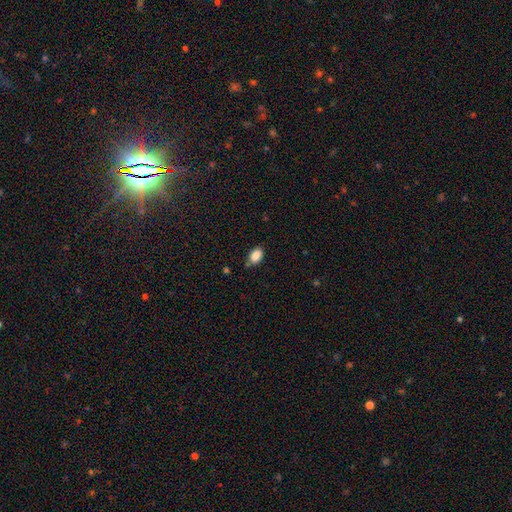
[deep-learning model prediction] Overall: smooth (88%). How rounded: in between (87%). Merging: none (70%).